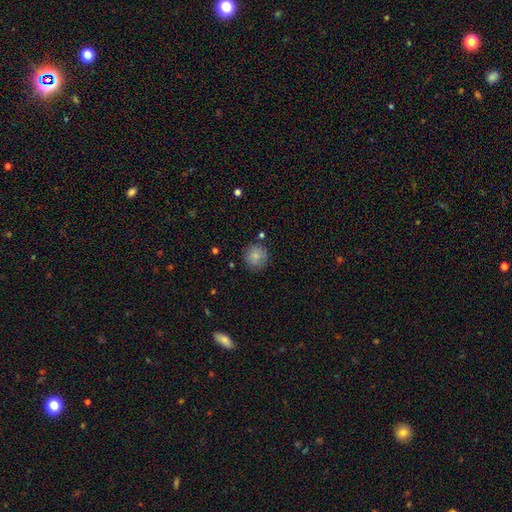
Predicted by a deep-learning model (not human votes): Smooth or featured?
  - smooth: 83% *
  - star or artifact: 9%
  - featured or disk: 8%
How rounded?
  - round: 93% *
  - in between: 6%
  - cigar-shaped: 1%
Merging?
  - none: 83% *
  - minor disturbance: 12%
  - major disturbance: 3%
  - merger: 3%